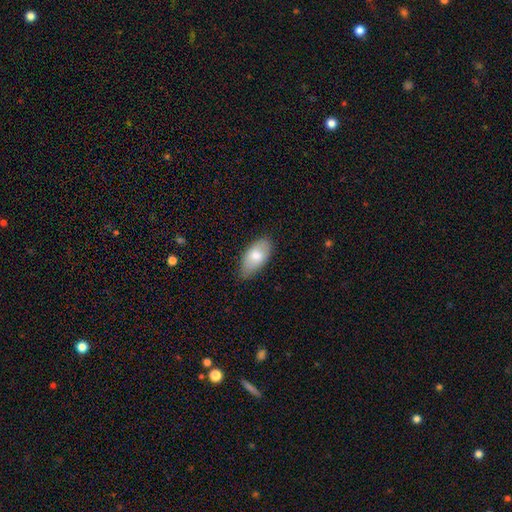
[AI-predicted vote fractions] This appears to be a smooth galaxy with no disk features (76%) that is in between round and cigar-shaped (94%). Merging: none (74%).